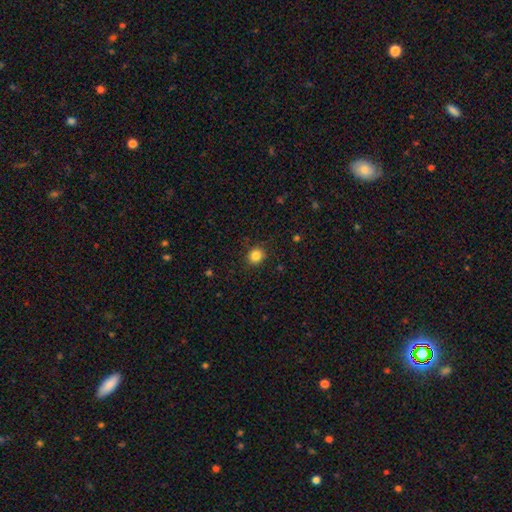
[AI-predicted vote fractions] A smooth galaxy with no disk features (85%) that is round (82%).

Vote fractions:
- Smooth or featured? smooth: 85% / star or artifact: 11% / featured or disk: 4%
- How rounded? round: 82% / in between: 17% / cigar-shaped: 1%
- Merging? none: 88% / minor disturbance: 8% / major disturbance: 2% / merger: 1%